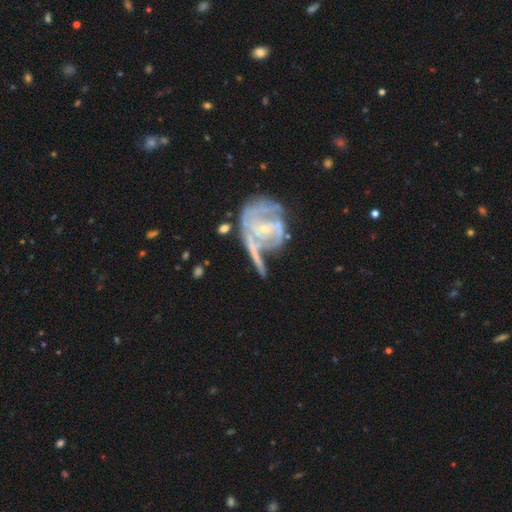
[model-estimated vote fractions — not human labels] The model was most divided on "merging": none: 38%, merger: 24%, minor disturbance: 21%, major disturbance: 17%. More confident: edge-on disk — no (87%); bulge size — small (75%); smooth or featured — featured or disk (74%); spiral arms — yes (69%); bar — no (58%).